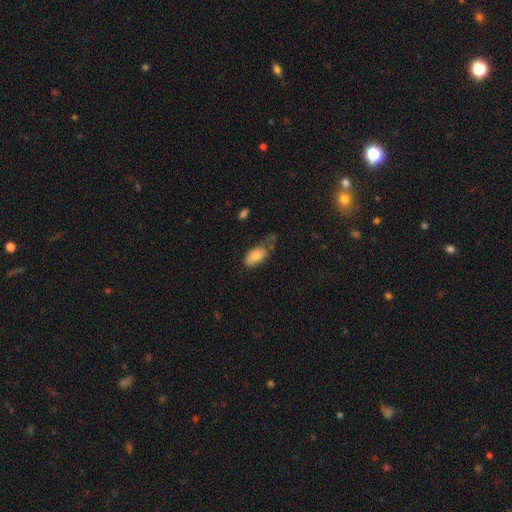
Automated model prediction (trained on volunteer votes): Smooth or featured? Predicted: smooth (p=0.81). How rounded? Predicted: in between (p=0.90). Merging? Predicted: none (p=0.49).